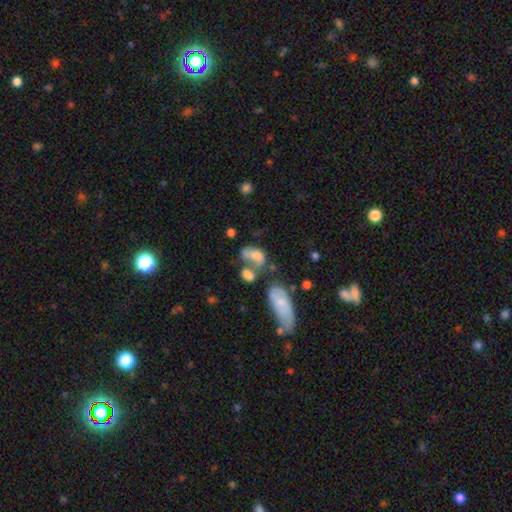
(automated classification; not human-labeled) A smooth galaxy with no disk features (64%) that is in between round and cigar-shaped (85%). Merging: merger (43%).